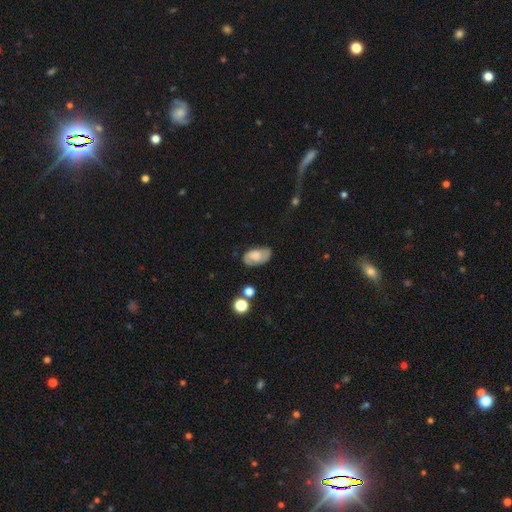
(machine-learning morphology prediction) Q: Smooth or featured?
A: featured or disk (50%); runner-up: smooth (41%)
Q: Edge-on disk?
A: no (95%); runner-up: yes (5%)
Q: Merging?
A: none (67%); runner-up: minor disturbance (23%)